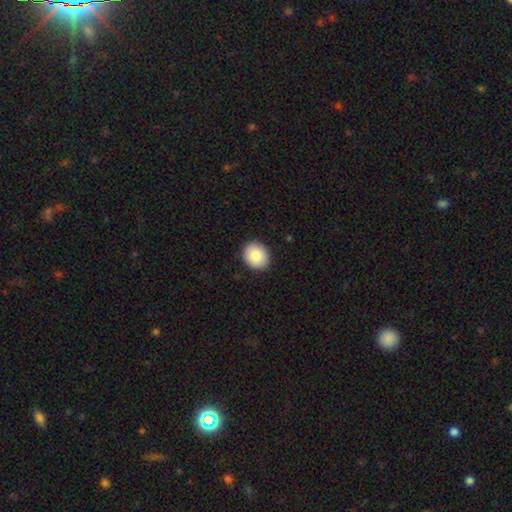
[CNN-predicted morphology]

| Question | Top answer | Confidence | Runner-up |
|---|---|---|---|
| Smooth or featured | smooth | 87% | star or artifact (7%) |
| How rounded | round | 60% | in between (39%) |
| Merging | none | 90% | minor disturbance (7%) |